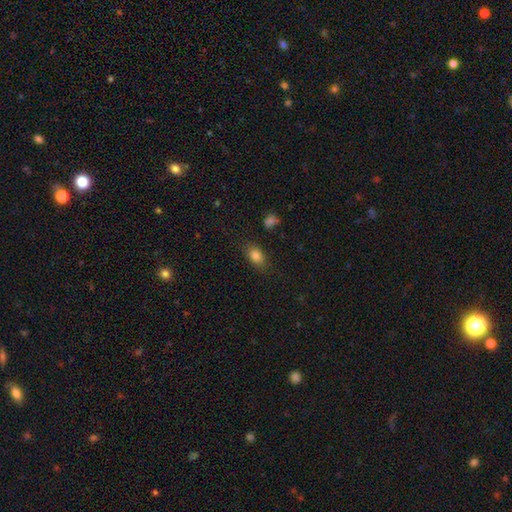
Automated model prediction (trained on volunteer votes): Overall: smooth (82%). How rounded: in between (82%). Merging: none (80%).